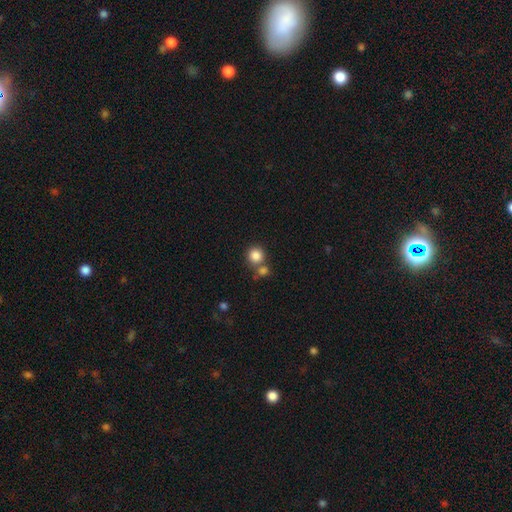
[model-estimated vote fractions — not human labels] Smooth or featured? smooth (85%)
How rounded? round (90%)
Merging? none (61%)